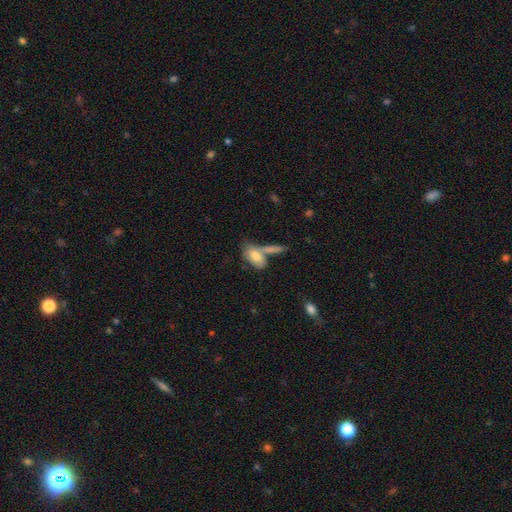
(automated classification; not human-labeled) Smooth or featured: smooth — 74% (featured or disk — 19%)
How rounded: in between — 86% (cigar-shaped — 9%)
Merging: merger — 41% (none — 38%)